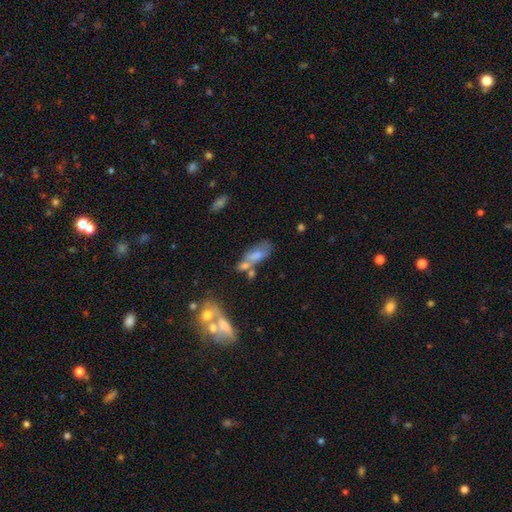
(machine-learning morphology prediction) Smooth or featured? smooth (60%)
How rounded? in between (78%)
Merging? merger (40%)